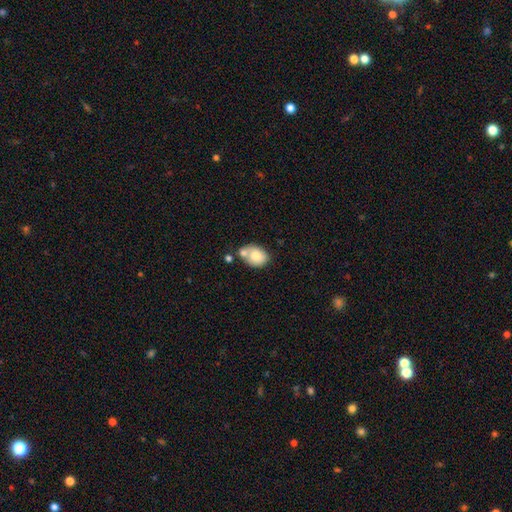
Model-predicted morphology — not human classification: Smooth or featured? smooth (75%)
How rounded? in between (57%)
Merging? none (47%)